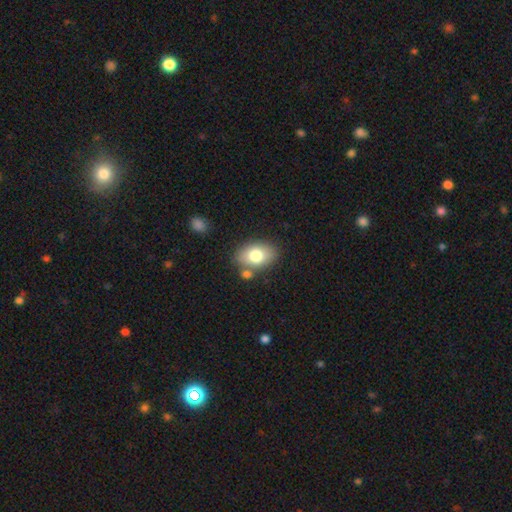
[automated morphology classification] Q: Smooth or featured?
A: smooth (76%); runner-up: featured or disk (16%)
Q: How rounded?
A: in between (86%); runner-up: round (13%)
Q: Merging?
A: none (73%); runner-up: minor disturbance (13%)